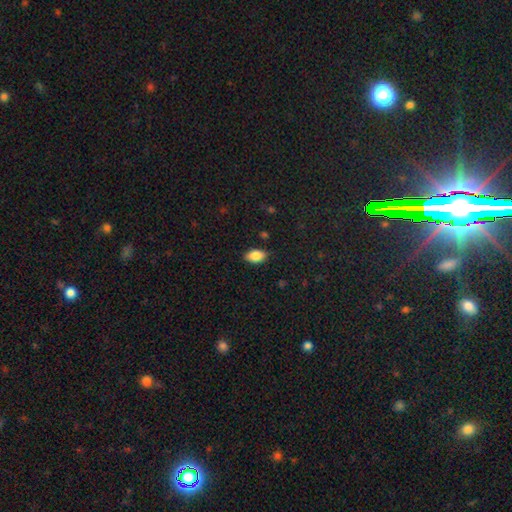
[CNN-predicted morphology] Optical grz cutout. It shows a smooth galaxy with no disk features (87%) that is in between round and cigar-shaped (91%). Merging: none (83%).